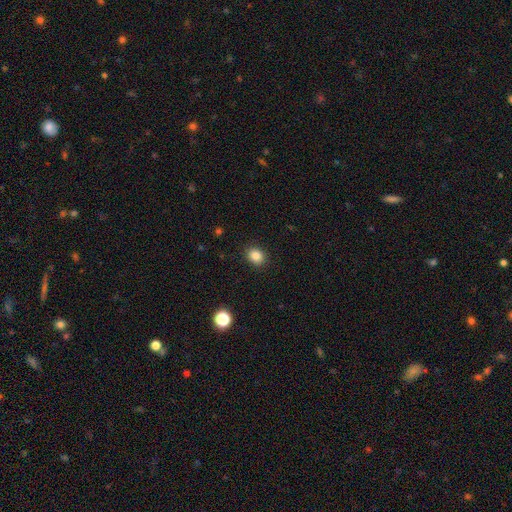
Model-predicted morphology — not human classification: Q: Smooth or featured?
A: smooth (85%); runner-up: star or artifact (10%)
Q: How rounded?
A: round (55%); runner-up: in between (44%)
Q: Merging?
A: none (90%); runner-up: minor disturbance (7%)